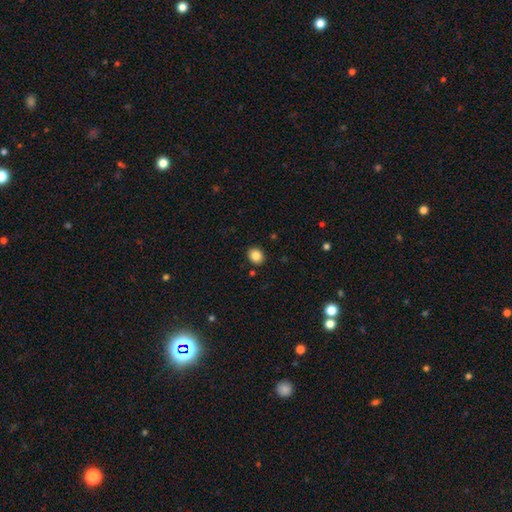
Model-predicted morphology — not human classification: Q: Smooth or featured?
A: smooth (86%); runner-up: star or artifact (9%)
Q: How rounded?
A: round (62%); runner-up: in between (37%)
Q: Merging?
A: none (89%); runner-up: minor disturbance (7%)